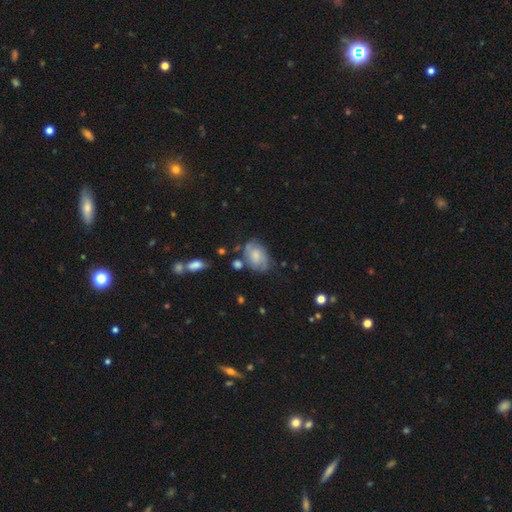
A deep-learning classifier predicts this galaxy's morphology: The model was most divided on "smooth or featured": featured or disk: 47%, smooth: 45%, star or artifact: 8%. More confident: merging — none (61%).